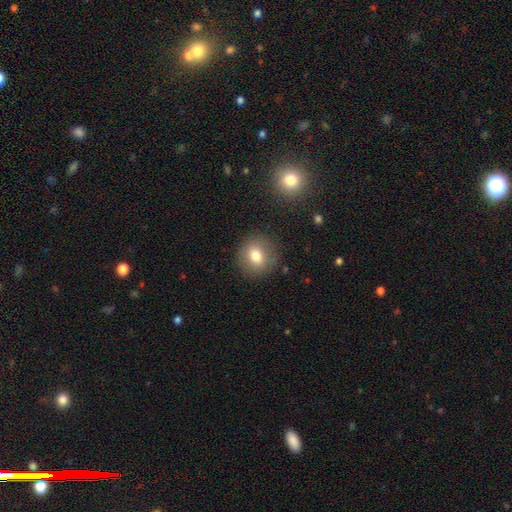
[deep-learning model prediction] A smooth galaxy with no disk features (76%) that is round (79%). Merging: none (85%).